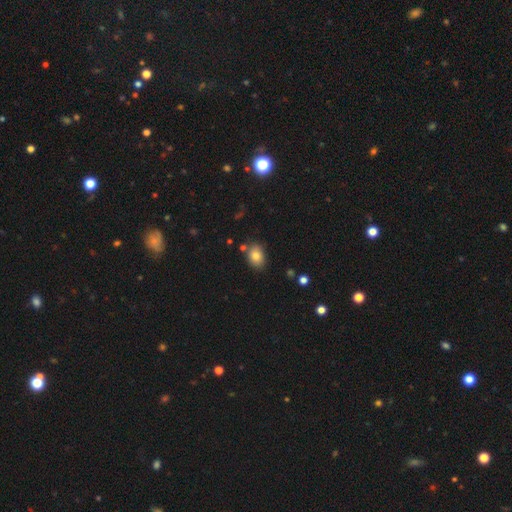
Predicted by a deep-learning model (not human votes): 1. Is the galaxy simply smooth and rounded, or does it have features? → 81% smooth, 9% star or artifact, 9% featured or disk.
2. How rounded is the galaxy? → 74% in between, 24% round, 1% cigar-shaped.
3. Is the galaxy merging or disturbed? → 80% none, 12% minor disturbance, 6% merger, 3% major disturbance.